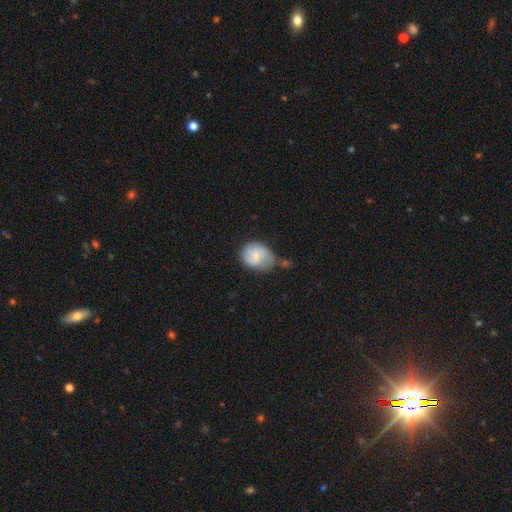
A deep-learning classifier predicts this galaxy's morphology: A smooth galaxy with no disk features (61%) that is round (52%).

Vote fractions:
- Smooth or featured? smooth: 61% / featured or disk: 32% / star or artifact: 7%
- How rounded? round: 52% / in between: 47% / cigar-shaped: 1%
- Merging? none: 43% / minor disturbance: 34% / major disturbance: 12% / merger: 11%